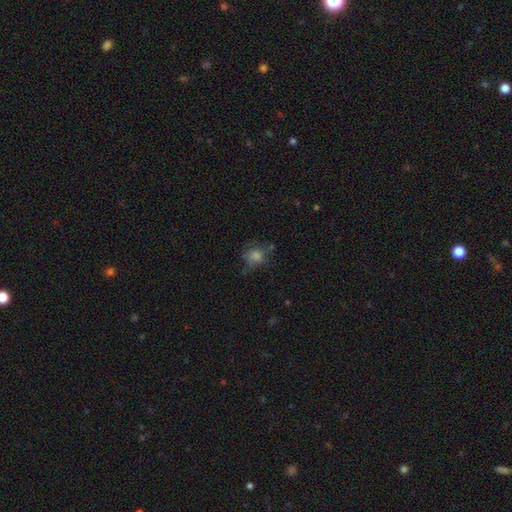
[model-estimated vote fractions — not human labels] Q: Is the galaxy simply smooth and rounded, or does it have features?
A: smooth — 55%.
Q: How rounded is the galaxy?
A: round — 68%.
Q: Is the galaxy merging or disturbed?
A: none — 60%.